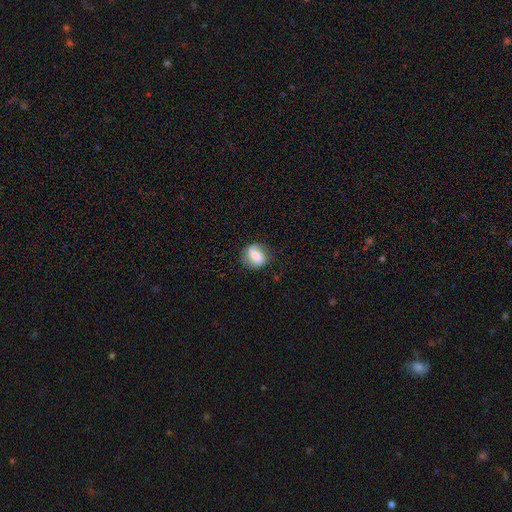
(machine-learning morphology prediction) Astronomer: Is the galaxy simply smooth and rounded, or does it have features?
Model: smooth — 53% (runner-up: featured or disk, 38%).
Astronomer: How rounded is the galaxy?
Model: round — 62%.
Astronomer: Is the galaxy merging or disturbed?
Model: none — 67%.